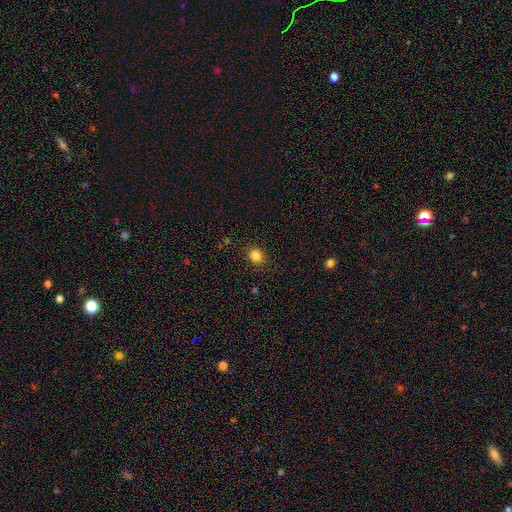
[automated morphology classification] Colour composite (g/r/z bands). It shows a smooth galaxy with no disk features (84%) that is round (74%). Merging: none (87%).